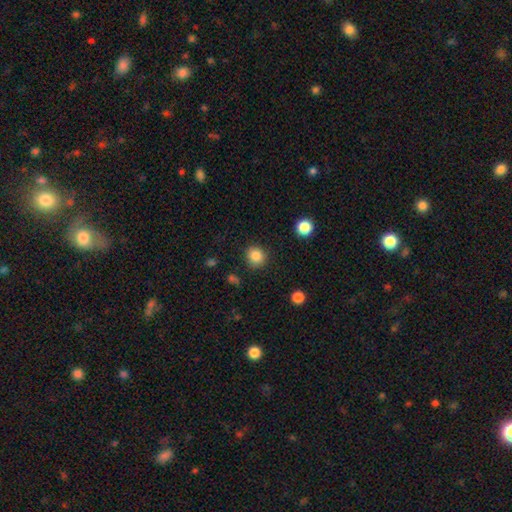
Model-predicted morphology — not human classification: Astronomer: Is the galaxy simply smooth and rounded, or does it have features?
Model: smooth — 85%.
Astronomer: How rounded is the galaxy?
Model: round — 86%.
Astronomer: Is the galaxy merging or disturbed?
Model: none — 87%.